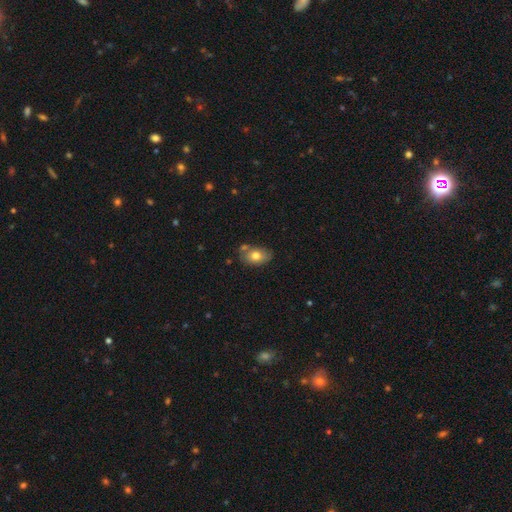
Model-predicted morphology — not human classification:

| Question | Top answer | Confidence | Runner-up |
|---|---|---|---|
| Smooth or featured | smooth | 74% | featured or disk (18%) |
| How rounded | in between | 84% | round (15%) |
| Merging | none | 63% | minor disturbance (20%) |